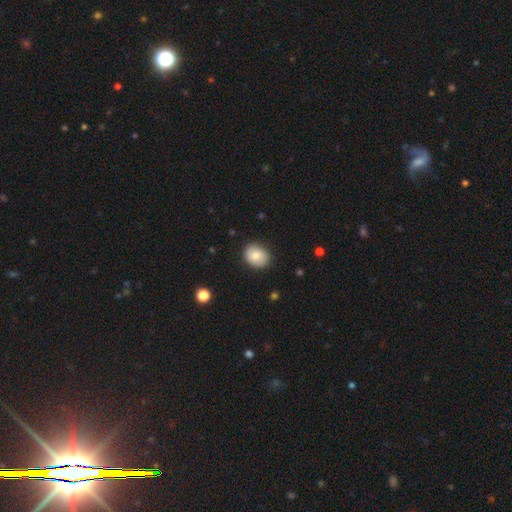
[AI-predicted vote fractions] smooth-or-featured: smooth: 83% | featured or disk: 9% | star or artifact: 7%
  how-rounded: in between: 52% | round: 47% | cigar-shaped: 1%
  merging: none: 85% | minor disturbance: 11% | major disturbance: 3% | merger: 1%